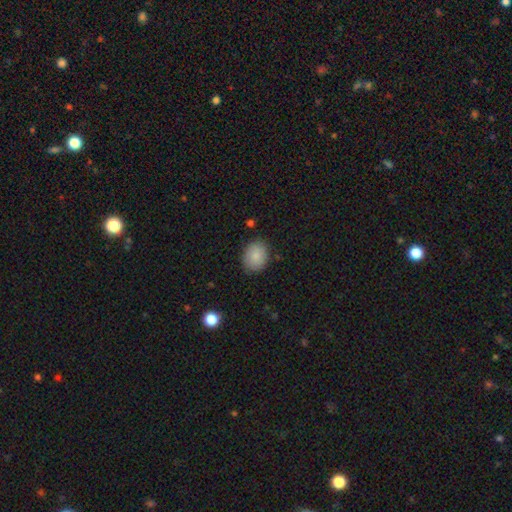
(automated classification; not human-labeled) smooth-or-featured: smooth: 87% | star or artifact: 7% | featured or disk: 6%
  how-rounded: in between: 57% | round: 42% | cigar-shaped: 1%
  merging: none: 84% | minor disturbance: 12% | major disturbance: 3% | merger: 1%